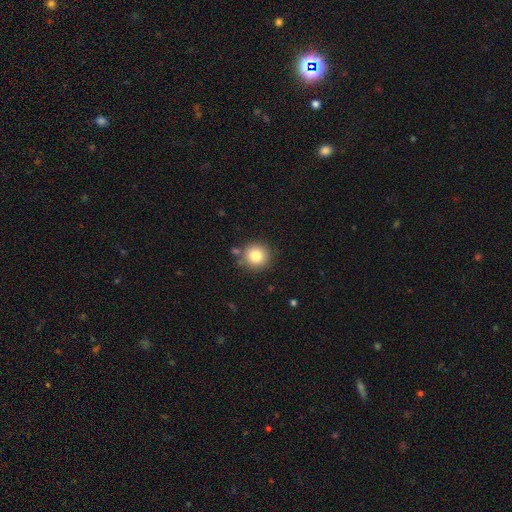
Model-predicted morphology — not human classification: This is clearly a smooth galaxy (82%). How rounded: clearly round (94%). Merging: clearly none (83%).